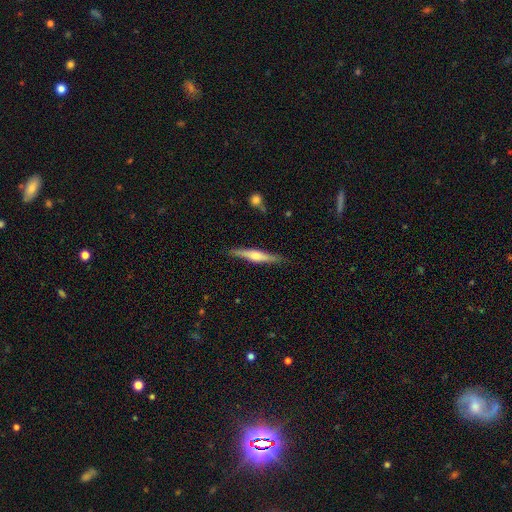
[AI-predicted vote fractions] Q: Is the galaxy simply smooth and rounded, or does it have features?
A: featured or disk — 58%.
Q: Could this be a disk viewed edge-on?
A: yes — 96%.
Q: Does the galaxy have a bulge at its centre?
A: rounded — 81%.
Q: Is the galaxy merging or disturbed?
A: none — 85%.